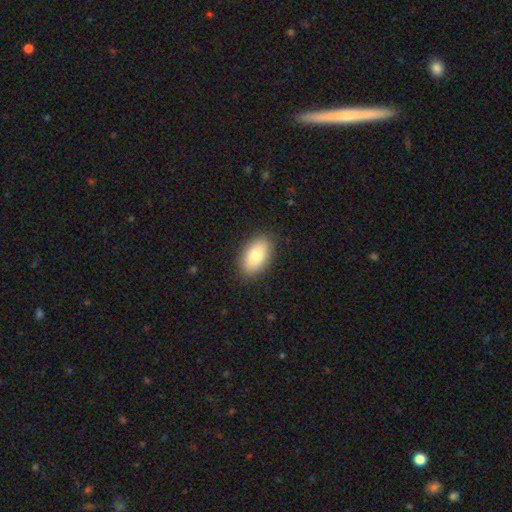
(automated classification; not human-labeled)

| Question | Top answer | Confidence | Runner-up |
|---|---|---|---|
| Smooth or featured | smooth | 81% | featured or disk (12%) |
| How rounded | in between | 93% | round (5%) |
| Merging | none | 87% | minor disturbance (9%) |